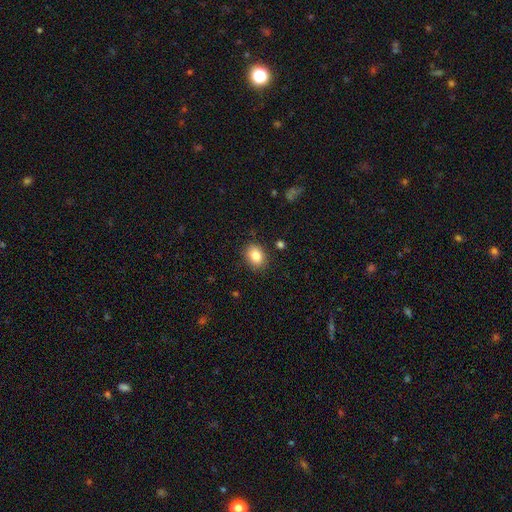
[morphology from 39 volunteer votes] This is clearly a smooth galaxy (87%). How rounded: possibly in between (53%). Merging: clearly none (86%).